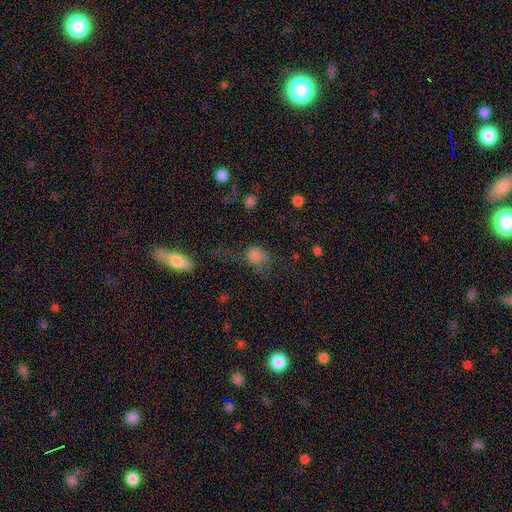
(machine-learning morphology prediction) This appears to be a smooth galaxy with no disk features (74%) that is in between round and cigar-shaped (50%). Merging: none (45%).